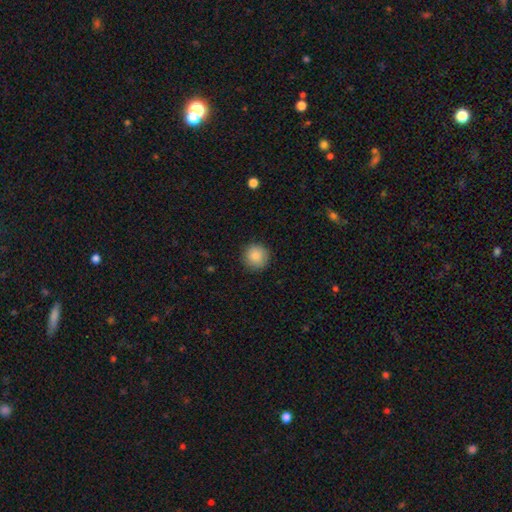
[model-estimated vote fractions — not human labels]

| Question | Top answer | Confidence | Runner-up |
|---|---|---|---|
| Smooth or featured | smooth | 86% | star or artifact (9%) |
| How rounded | round | 95% | in between (4%) |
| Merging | none | 90% | minor disturbance (7%) |